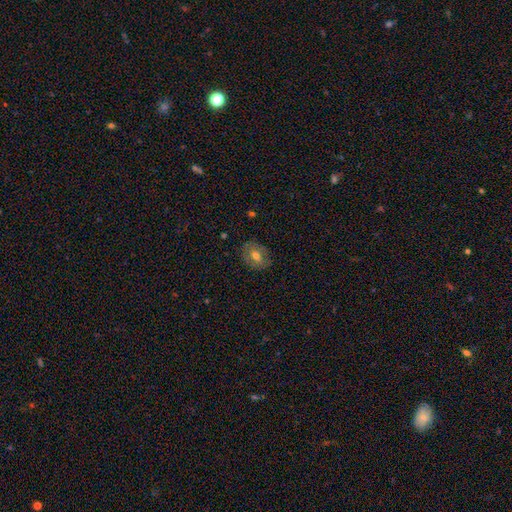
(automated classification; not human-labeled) Smooth or featured? Predicted: smooth (p=0.59). How rounded? Predicted: in between (p=0.59). Merging? Predicted: none (p=0.81).